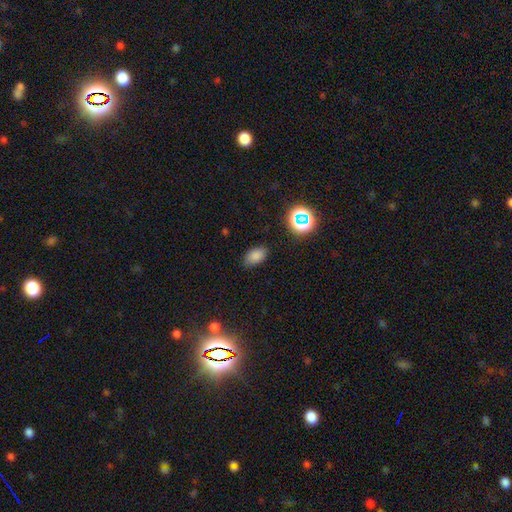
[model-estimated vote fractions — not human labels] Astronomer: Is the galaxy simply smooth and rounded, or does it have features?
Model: smooth — 78%.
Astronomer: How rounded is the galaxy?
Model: in between — 88%.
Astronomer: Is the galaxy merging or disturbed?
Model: none — 77%.